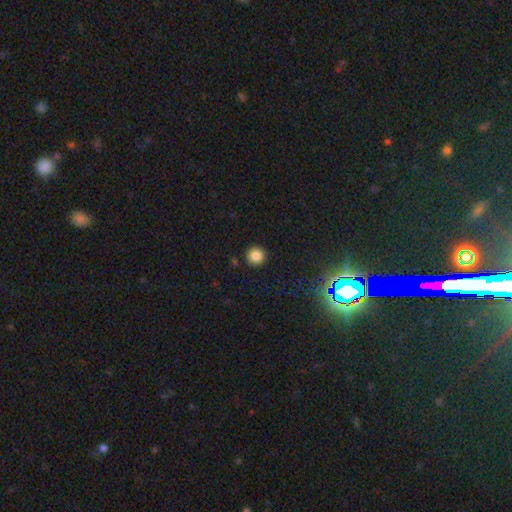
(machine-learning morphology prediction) A smooth galaxy with no disk features (85%) that is round (95%).

Vote fractions:
- Smooth or featured? smooth: 85% / star or artifact: 11% / featured or disk: 4%
- How rounded? round: 95% / in between: 4% / cigar-shaped: 1%
- Merging? none: 92% / minor disturbance: 5% / major disturbance: 2% / merger: 1%